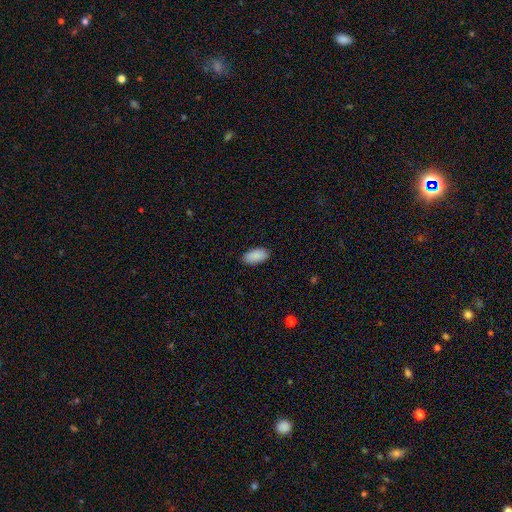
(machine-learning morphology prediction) smooth_or_featured: smooth (p=0.90) [alt: star or artifact p=0.07]
how_rounded: in between (p=0.94) [alt: cigar-shaped p=0.03]
merging: none (p=0.88) [alt: minor disturbance p=0.09]